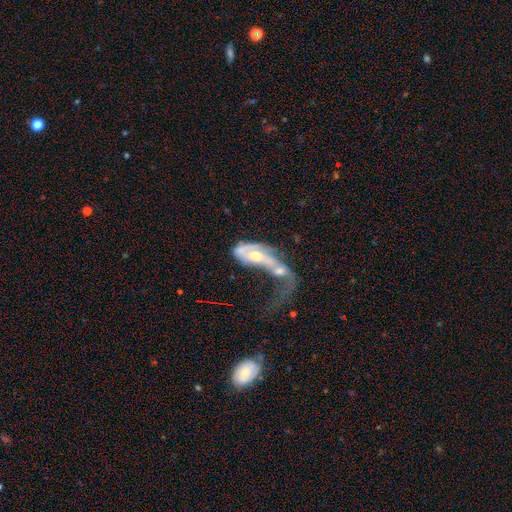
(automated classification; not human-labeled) Smooth or featured? Predicted: featured or disk (p=0.65). Edge-on disk? Predicted: no (p=0.89). Bar? Predicted: no (p=0.67). Spiral arms? Predicted: yes (p=0.54). Bulge size? Predicted: moderate (p=0.69). Merging? Predicted: merger (p=0.67).